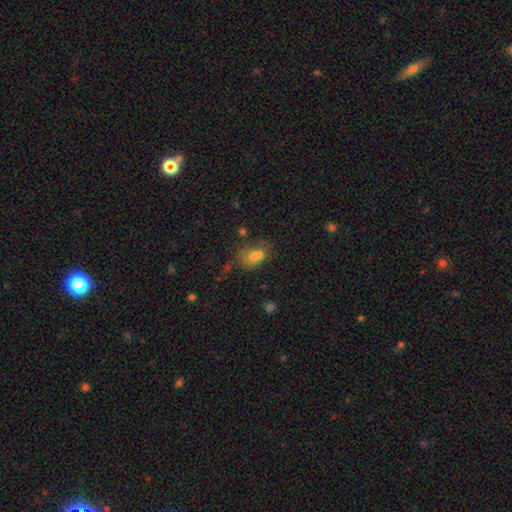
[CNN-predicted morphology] This appears to be a smooth galaxy with no disk features (70%) that is in between round and cigar-shaped (78%). Merging: none (35%).